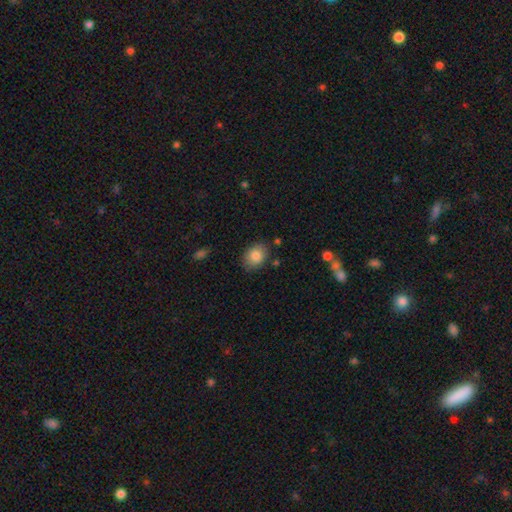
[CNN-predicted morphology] Overall: smooth (85%). How rounded: in between (68%; round 31%). Merging: none (82%).